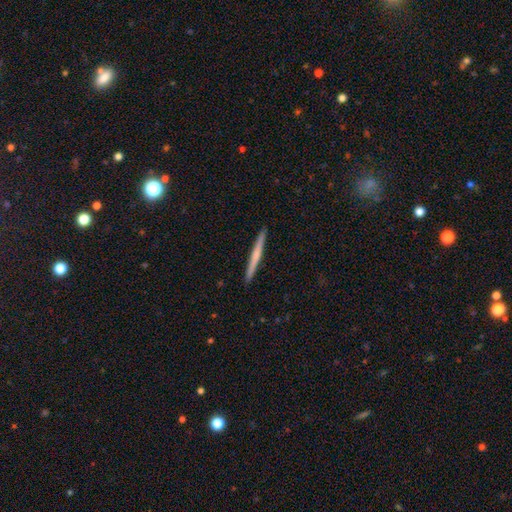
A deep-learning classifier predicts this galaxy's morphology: smooth-or-featured: smooth: 49% | featured or disk: 46% | star or artifact: 6%
  merging: none: 93% | minor disturbance: 5% | major disturbance: 1% | merger: 1%